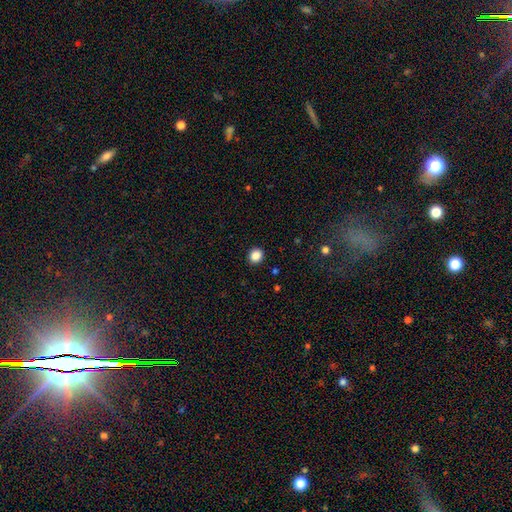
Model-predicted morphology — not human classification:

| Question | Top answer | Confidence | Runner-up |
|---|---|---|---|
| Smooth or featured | smooth | 87% | star or artifact (10%) |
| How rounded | round | 77% | in between (22%) |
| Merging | none | 91% | minor disturbance (6%) |